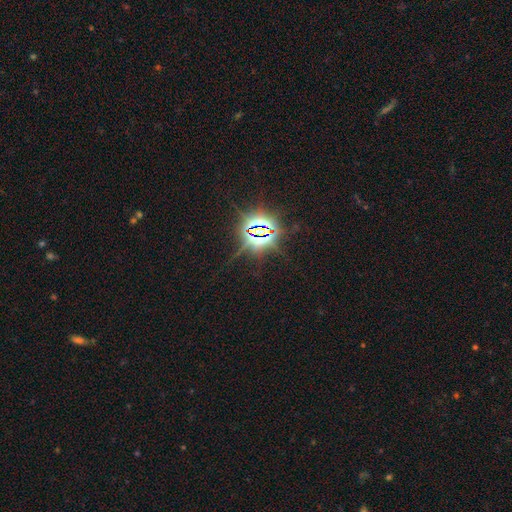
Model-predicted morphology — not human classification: star or artifact 85%, smooth 8%, featured or disk 7%.